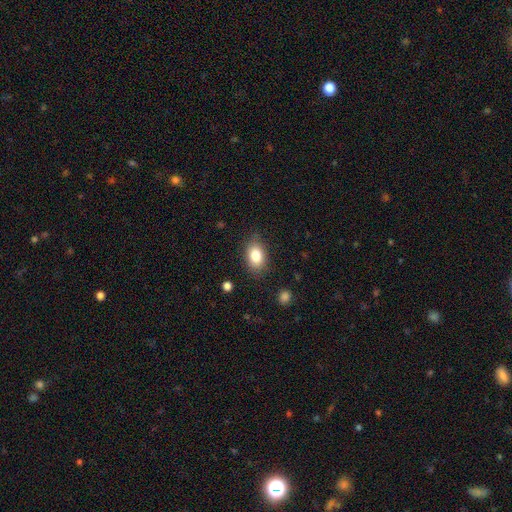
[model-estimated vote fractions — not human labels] smooth-or-featured: smooth: 83% | featured or disk: 9% | star or artifact: 8%
  how-rounded: in between: 85% | round: 13% | cigar-shaped: 2%
  merging: none: 83% | minor disturbance: 13% | major disturbance: 3% | merger: 1%